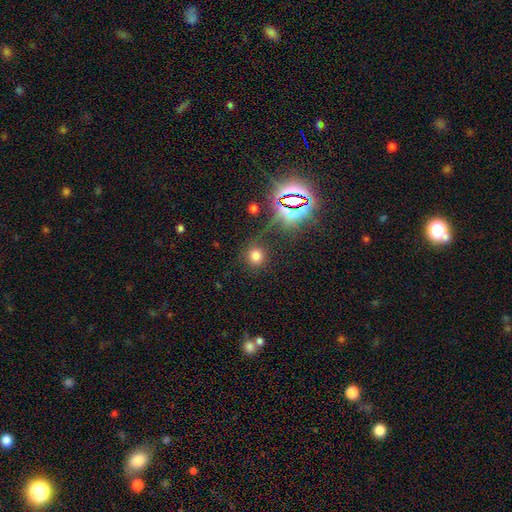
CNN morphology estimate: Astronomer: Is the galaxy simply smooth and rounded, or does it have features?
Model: smooth — 71%.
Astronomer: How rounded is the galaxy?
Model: round — 90%.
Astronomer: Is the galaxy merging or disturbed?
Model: none — 81%.